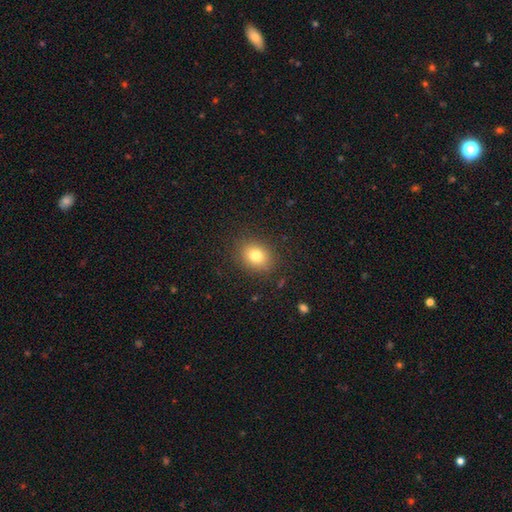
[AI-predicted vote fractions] Smooth or featured? smooth (80%)
How rounded? round (57%)
Merging? none (87%)